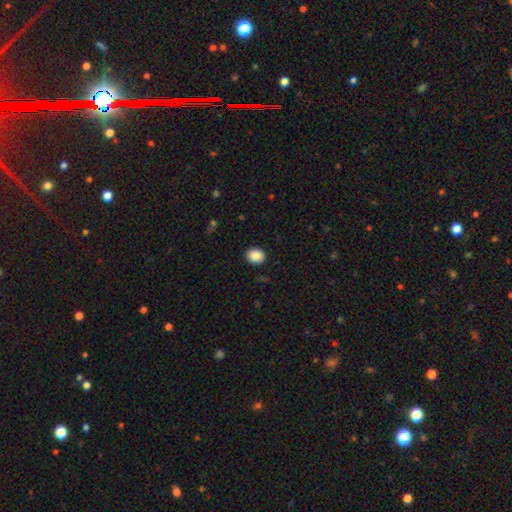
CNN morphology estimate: This is clearly a smooth galaxy (88%). How rounded: likely round (65%). Merging: clearly none (91%).